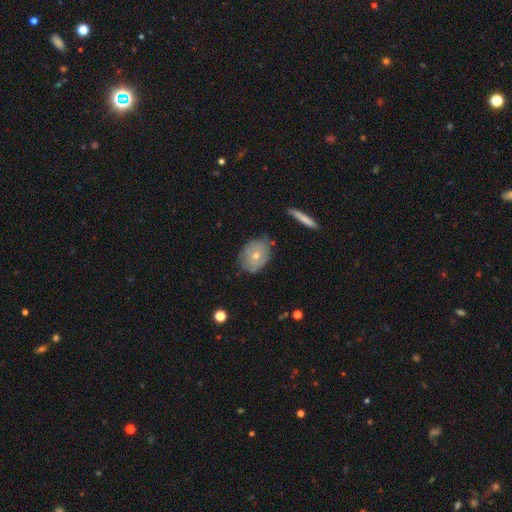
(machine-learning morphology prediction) Smooth or featured: smooth — 49% (featured or disk — 44%)
Merging: none — 66% (minor disturbance — 25%)